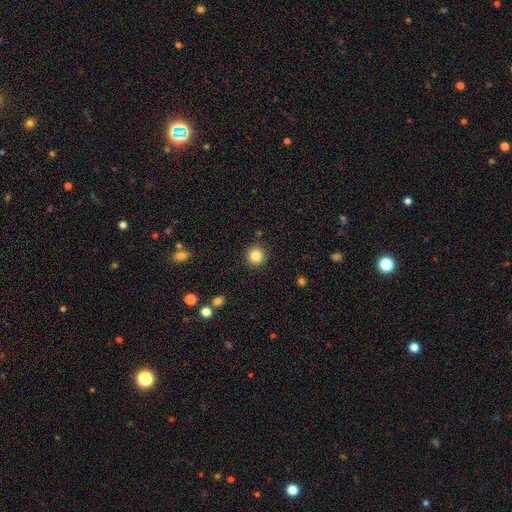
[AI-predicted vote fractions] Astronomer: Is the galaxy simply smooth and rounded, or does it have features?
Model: smooth — 84%.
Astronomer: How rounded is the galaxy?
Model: round — 94%.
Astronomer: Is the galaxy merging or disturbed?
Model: none — 90%.